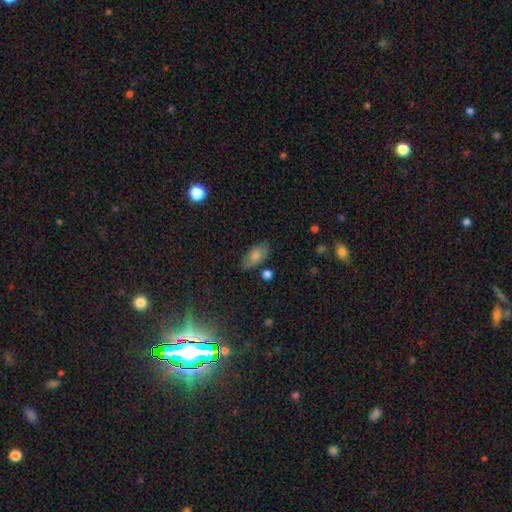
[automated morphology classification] Smooth or featured? Predicted: smooth (p=0.73). How rounded? Predicted: in between (p=0.90). Merging? Predicted: none (p=0.70).